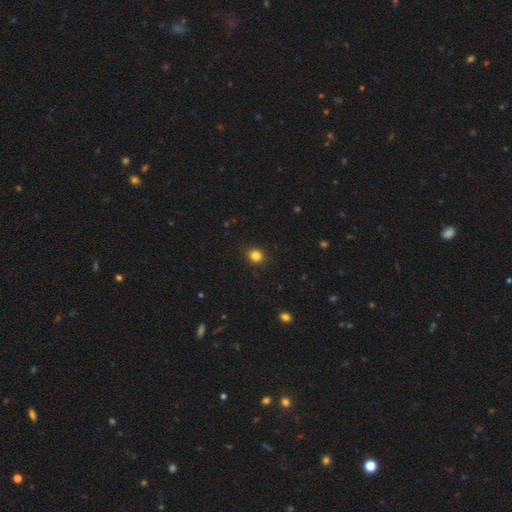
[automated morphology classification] Smooth or featured: smooth — 83% (star or artifact — 13%)
How rounded: round — 81% (in between — 18%)
Merging: none — 88% (minor disturbance — 8%)